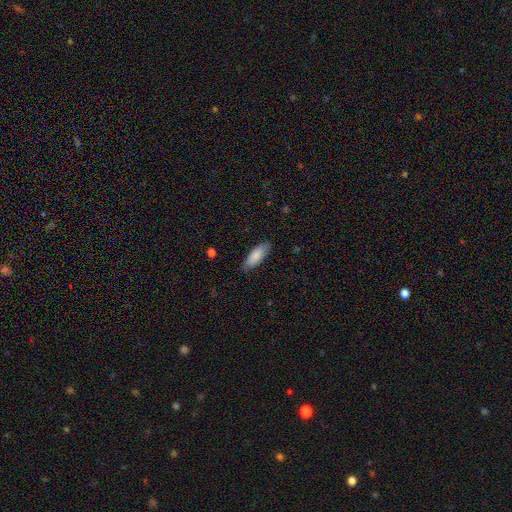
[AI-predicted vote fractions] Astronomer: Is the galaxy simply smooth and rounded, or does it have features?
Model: smooth — 82%.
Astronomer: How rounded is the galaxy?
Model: in between — 68%.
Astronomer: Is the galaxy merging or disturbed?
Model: none — 82%.